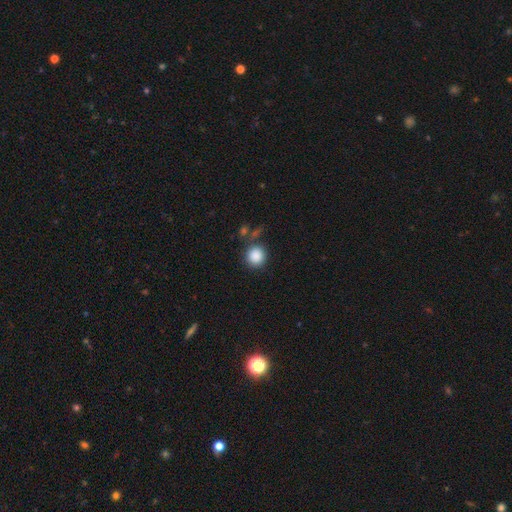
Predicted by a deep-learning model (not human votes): smooth 88%, star or artifact 9%, featured or disk 3%. Down the decision tree: how rounded — round (91%); merging — none (77%).